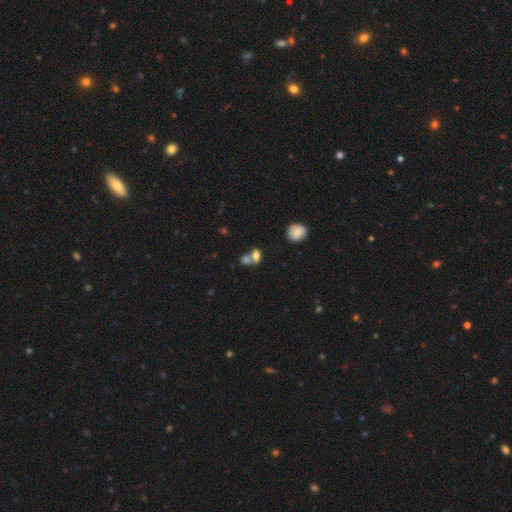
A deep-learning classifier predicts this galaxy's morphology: smooth_or_featured: smooth (p=0.74) [alt: featured or disk p=0.14]
how_rounded: in between (p=0.71) [alt: round p=0.25]
merging: merger (p=0.58) [alt: none p=0.30]